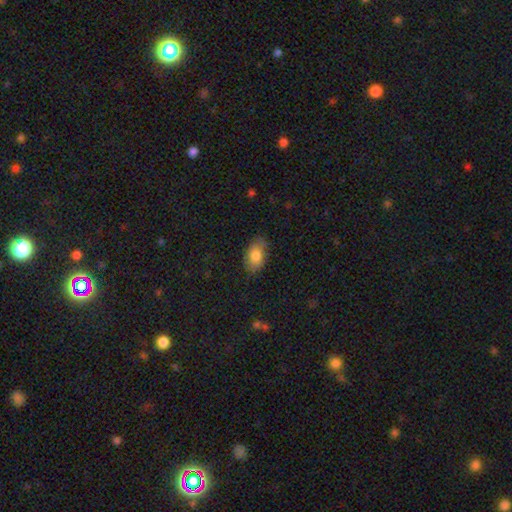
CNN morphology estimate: Smooth or featured: smooth — 81% (featured or disk — 12%)
How rounded: in between — 90% (round — 8%)
Merging: none — 78% (minor disturbance — 17%)